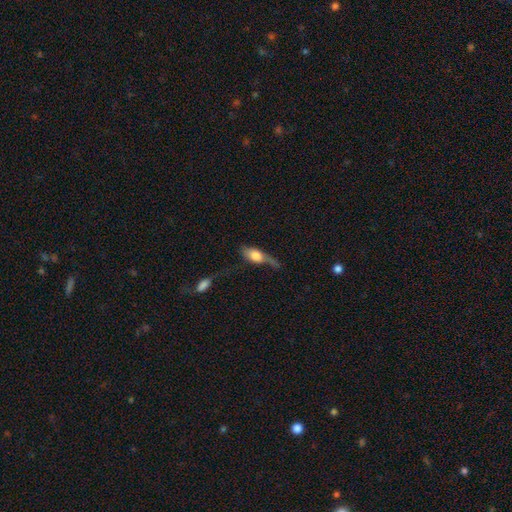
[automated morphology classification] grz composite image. It shows a smooth galaxy with no disk features (61%) that is in between round and cigar-shaped (77%). Merging: major disturbance (40%).